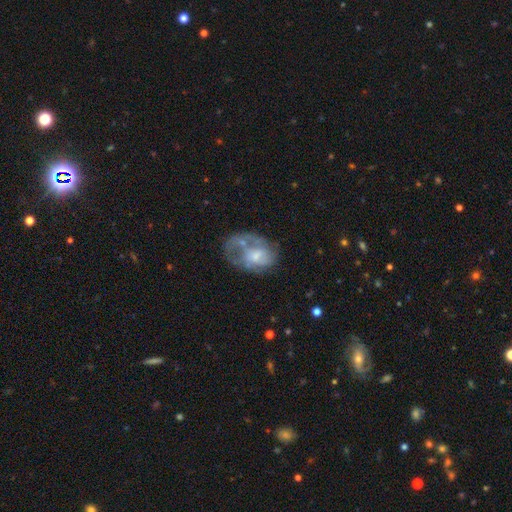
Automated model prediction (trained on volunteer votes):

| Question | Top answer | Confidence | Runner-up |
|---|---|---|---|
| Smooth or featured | featured or disk | 56% | smooth (36%) |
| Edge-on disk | no | 97% | yes (3%) |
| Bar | no | 71% | weak (25%) |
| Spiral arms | no | 56% | yes (44%) |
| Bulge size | small | 39% | moderate (36%) |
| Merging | major disturbance | 37% | none (31%) |